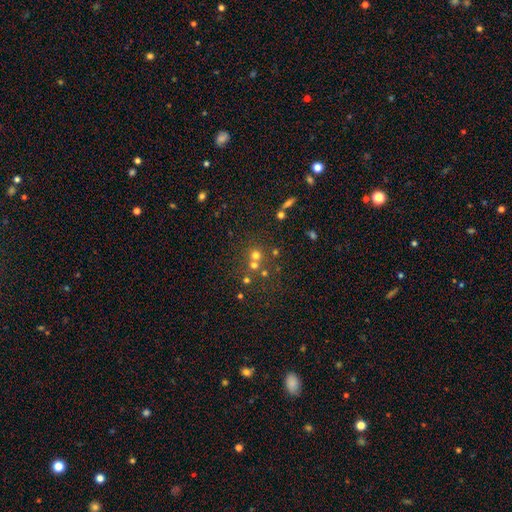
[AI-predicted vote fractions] The model was most divided on "merging": none: 54%, merger: 36%, minor disturbance: 7%, major disturbance: 4%. More confident: how rounded — round (89%); smooth or featured — smooth (61%).